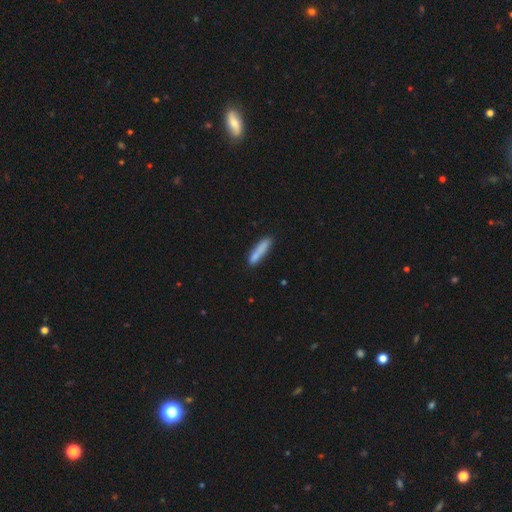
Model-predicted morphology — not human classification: Smooth or featured? smooth (79%)
How rounded? cigar-shaped (90%)
Merging? none (79%)